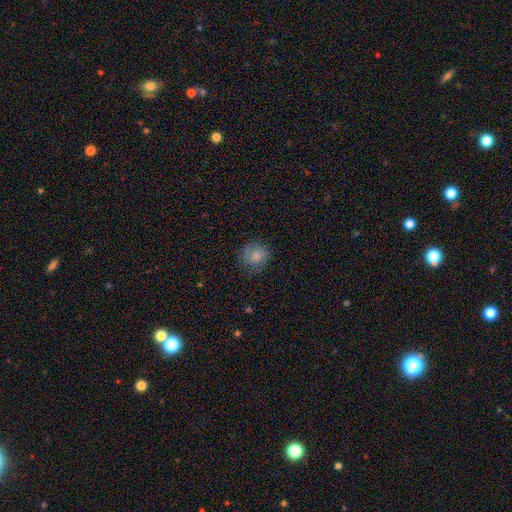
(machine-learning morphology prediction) This appears to be a smooth galaxy with no disk features (80%) that is round (83%). Merging: none (75%).